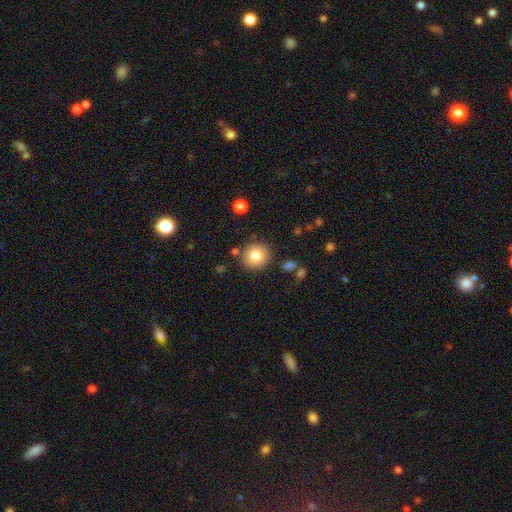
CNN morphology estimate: smooth 80%, star or artifact 10%, featured or disk 10%. Down the decision tree: how rounded — round (88%); merging — none (85%).